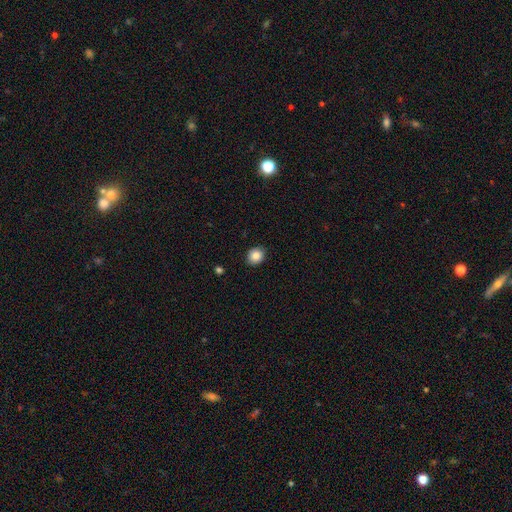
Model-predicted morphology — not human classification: Q: Smooth or featured?
A: smooth (85%); runner-up: star or artifact (9%)
Q: How rounded?
A: round (71%); runner-up: in between (28%)
Q: Merging?
A: none (88%); runner-up: minor disturbance (9%)